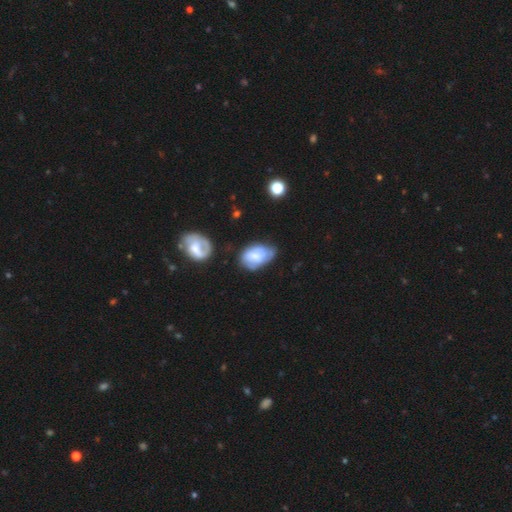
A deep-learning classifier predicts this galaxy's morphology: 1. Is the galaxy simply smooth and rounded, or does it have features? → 51% smooth, 41% featured or disk, 8% star or artifact.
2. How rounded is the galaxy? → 85% in between, 13% round, 1% cigar-shaped.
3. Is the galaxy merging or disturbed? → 39% none, 38% minor disturbance, 16% major disturbance, 7% merger.